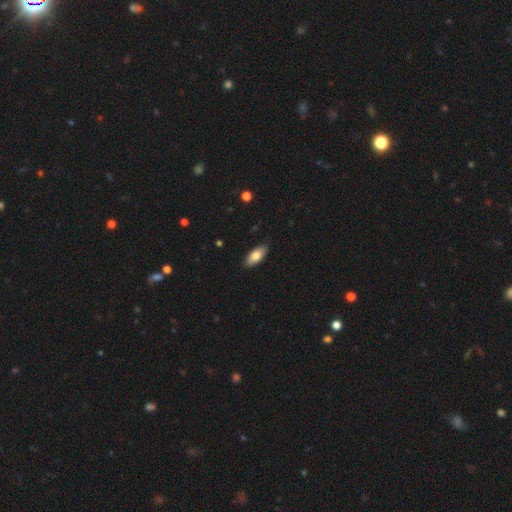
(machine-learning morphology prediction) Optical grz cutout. It shows a smooth galaxy with no disk features (76%) that is in between round and cigar-shaped (84%). Merging: none (88%).